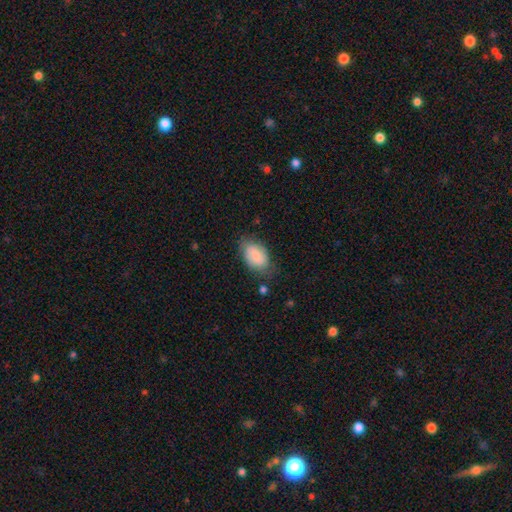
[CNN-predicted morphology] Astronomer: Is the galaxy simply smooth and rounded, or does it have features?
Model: smooth — 75%.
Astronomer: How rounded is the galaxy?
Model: in between — 90%.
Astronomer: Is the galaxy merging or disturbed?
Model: none — 66%.